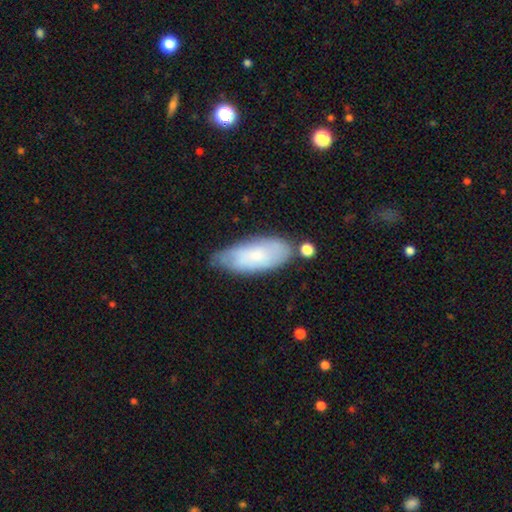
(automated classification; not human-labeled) Smooth or featured: smooth — 68% (featured or disk — 25%)
How rounded: in between — 82% (cigar-shaped — 17%)
Merging: none — 64% (minor disturbance — 25%)